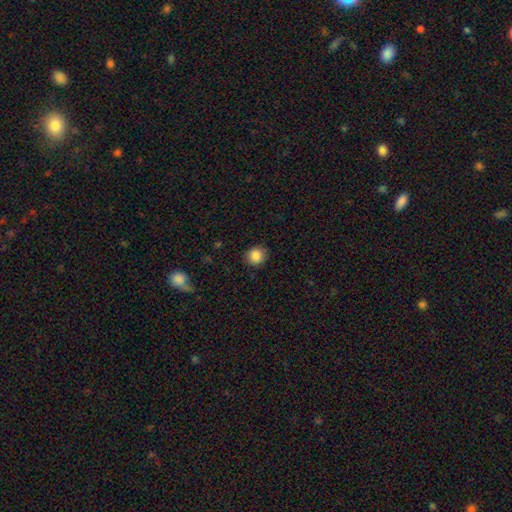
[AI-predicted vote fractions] A smooth galaxy with no disk features (86%) that is round (87%).

Vote fractions:
- Smooth or featured? smooth: 86% / star or artifact: 9% / featured or disk: 4%
- How rounded? round: 87% / in between: 12% / cigar-shaped: 1%
- Merging? none: 87% / minor disturbance: 9% / major disturbance: 2% / merger: 1%